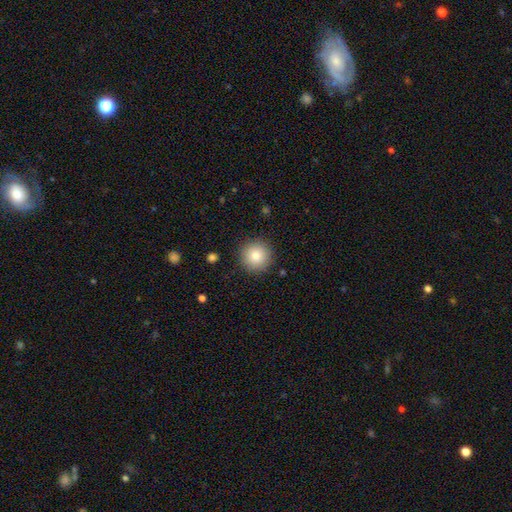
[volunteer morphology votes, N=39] smooth-or-featured: smooth: 79% | featured or disk: 15% | star or artifact: 5%
  how-rounded: round: 97% | in between: 3% | cigar-shaped: 0%
  merging: none: 92% | major disturbance: 8% | minor disturbance: 0% | merger: 0%